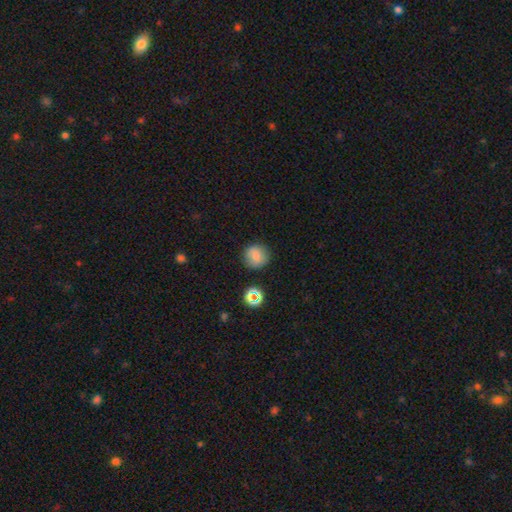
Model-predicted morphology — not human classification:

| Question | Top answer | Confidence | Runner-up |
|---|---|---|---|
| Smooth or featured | smooth | 82% | star or artifact (12%) |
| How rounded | round | 90% | in between (9%) |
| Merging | none | 85% | minor disturbance (10%) |